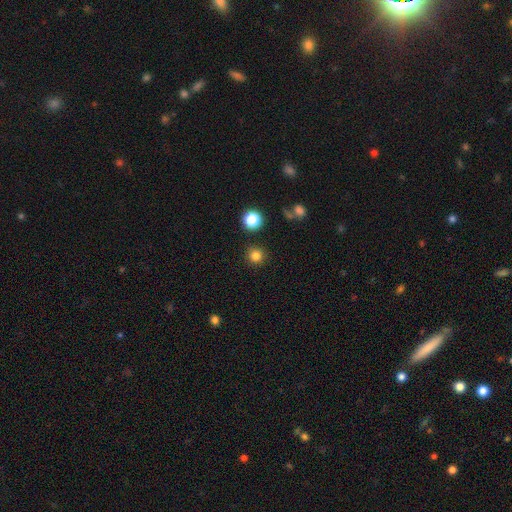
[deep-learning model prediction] Smooth or featured? Predicted: smooth (p=0.82). How rounded? Predicted: round (p=0.95). Merging? Predicted: none (p=0.89).